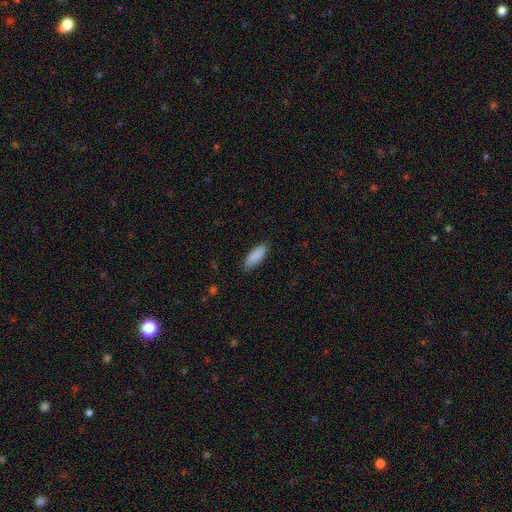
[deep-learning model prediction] Smooth or featured?
  - smooth: 89% *
  - star or artifact: 6%
  - featured or disk: 5%
How rounded?
  - in between: 61% *
  - cigar-shaped: 38%
  - round: 2%
Merging?
  - none: 86% *
  - minor disturbance: 11%
  - major disturbance: 2%
  - merger: 1%